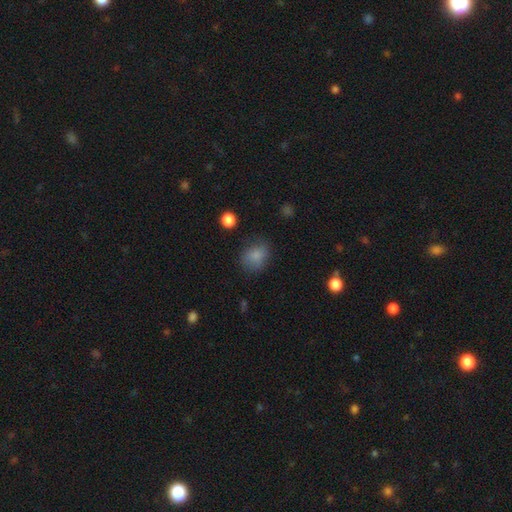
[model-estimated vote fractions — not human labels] smooth-or-featured: smooth: 82% | star or artifact: 11% | featured or disk: 8%
  how-rounded: in between: 54% | round: 45% | cigar-shaped: 1%
  merging: none: 68% | minor disturbance: 22% | major disturbance: 8% | merger: 2%